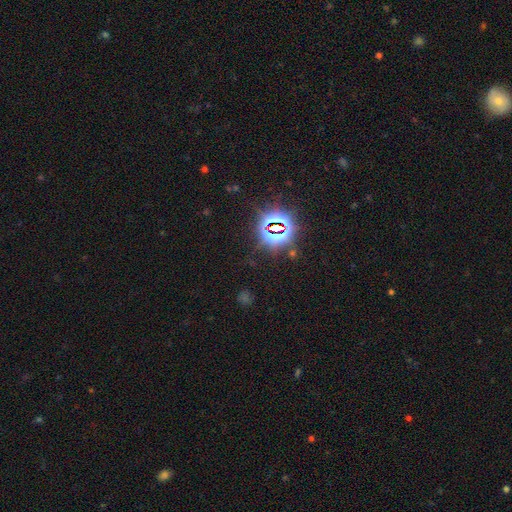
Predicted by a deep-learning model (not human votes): Q: Smooth or featured?
A: star or artifact (81%); runner-up: smooth (12%)